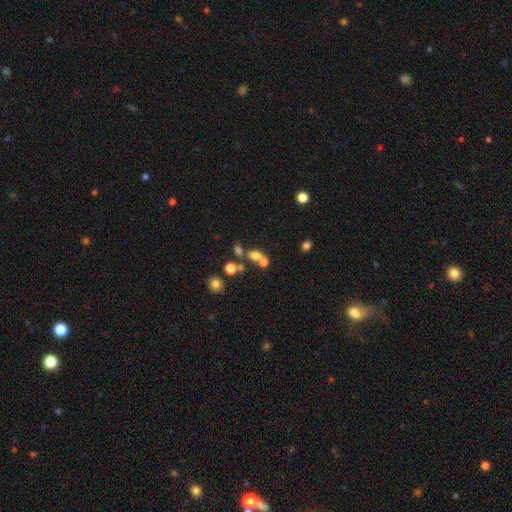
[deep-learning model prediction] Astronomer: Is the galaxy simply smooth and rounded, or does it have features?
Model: smooth — 67%.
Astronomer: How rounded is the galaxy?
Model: round — 52% (runner-up: in between, 45%).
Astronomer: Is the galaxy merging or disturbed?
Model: merger — 47% (runner-up: none, 38%).